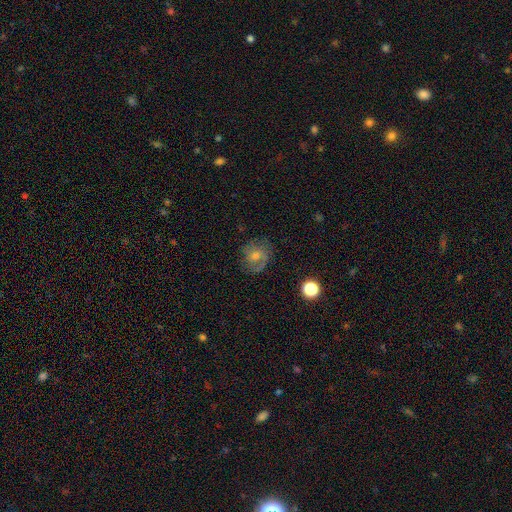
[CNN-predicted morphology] This is possibly a featured or disk galaxy (55%). It is clearly not viewed edge-on (97%). Bar: likely no (62%). Spiral arm pattern: clearly yes (84%). Central bulge: possibly moderate (51%). Merging: likely none (71%).